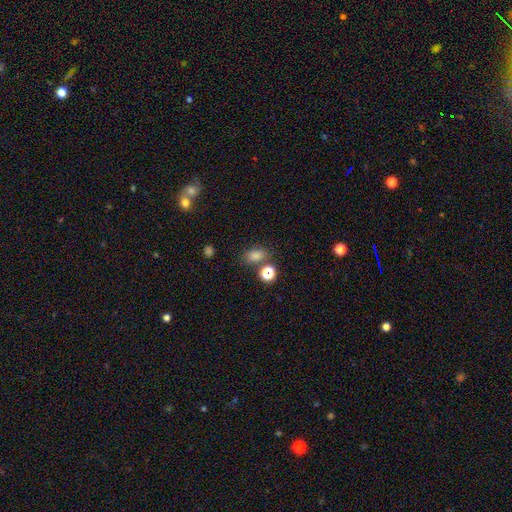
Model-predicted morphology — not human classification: Smooth or featured? smooth (74%)
How rounded? in between (75%)
Merging? none (69%)